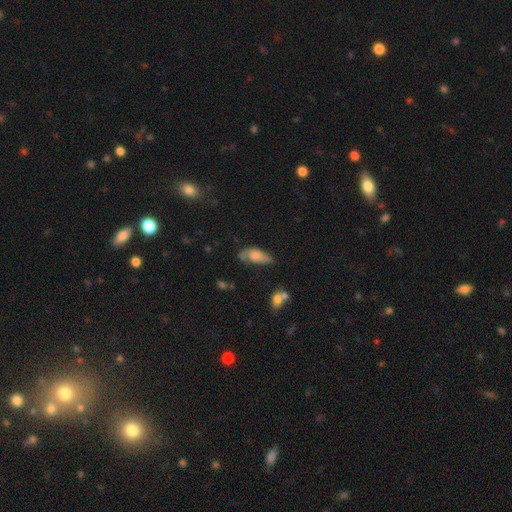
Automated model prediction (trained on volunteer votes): Overall: smooth (64%; featured or disk 28%). How rounded: in between (81%). Merging: none (35%, tied with minor disturbance).